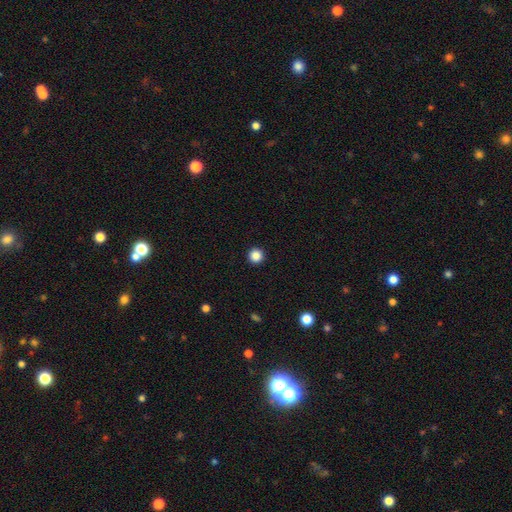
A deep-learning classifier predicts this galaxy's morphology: Smooth or featured?
  - smooth: 87% *
  - star or artifact: 10%
  - featured or disk: 3%
How rounded?
  - round: 96% *
  - in between: 3%
  - cigar-shaped: 1%
Merging?
  - none: 94% *
  - minor disturbance: 4%
  - major disturbance: 1%
  - merger: 1%